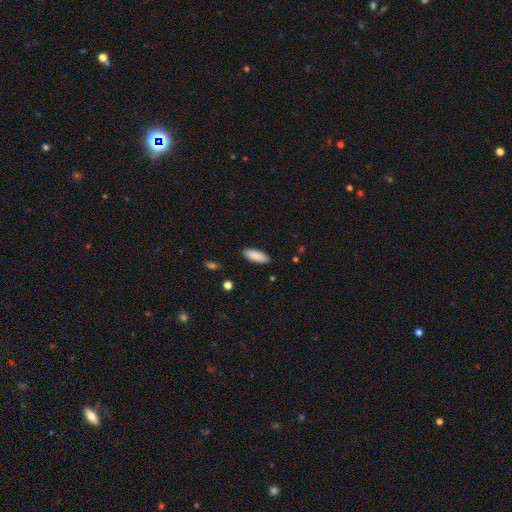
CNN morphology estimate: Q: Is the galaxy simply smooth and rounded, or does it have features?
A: smooth — 89%.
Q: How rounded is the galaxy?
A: in between — 72%.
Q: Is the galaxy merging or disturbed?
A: none — 88%.